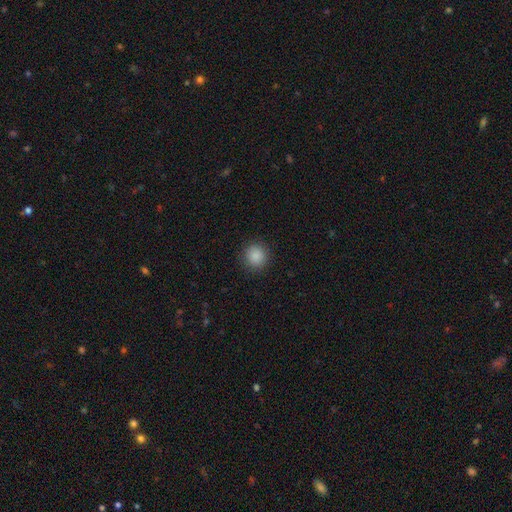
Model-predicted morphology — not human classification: This is clearly a smooth galaxy (87%). How rounded: clearly round (92%). Merging: clearly none (91%).